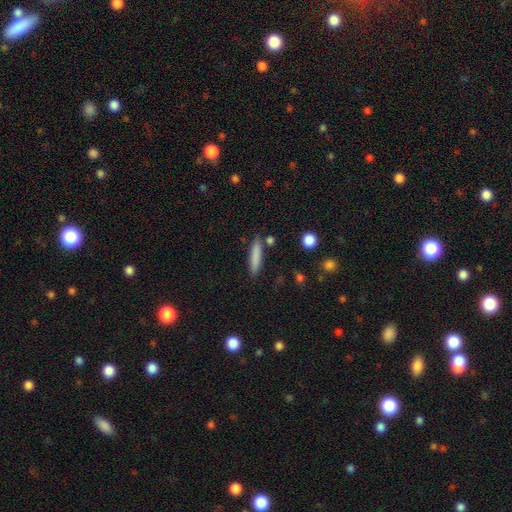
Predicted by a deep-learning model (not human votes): smooth_or_featured: smooth (p=0.82) [alt: featured or disk p=0.11]
how_rounded: cigar-shaped (p=0.83) [alt: in between p=0.15]
merging: none (p=0.82) [alt: minor disturbance p=0.11]